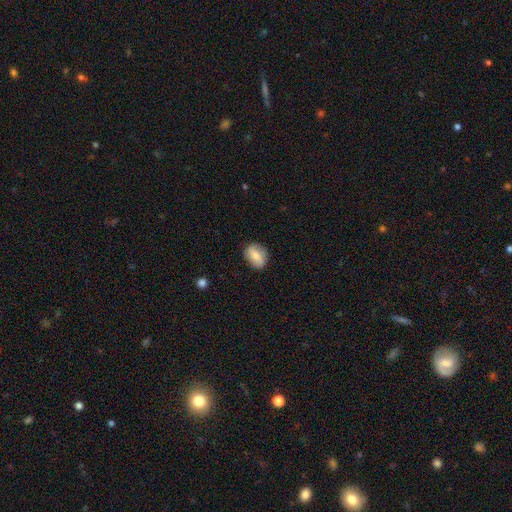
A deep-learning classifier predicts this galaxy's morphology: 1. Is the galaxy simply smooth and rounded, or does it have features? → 66% smooth, 26% featured or disk, 7% star or artifact.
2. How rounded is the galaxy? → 63% in between, 35% round, 2% cigar-shaped.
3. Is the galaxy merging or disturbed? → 84% none, 12% minor disturbance, 3% major disturbance, 1% merger.